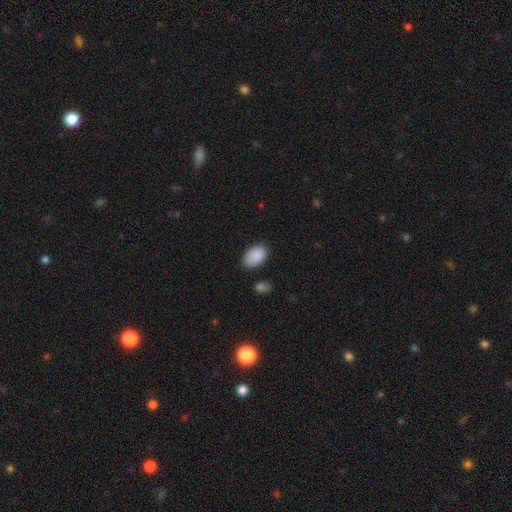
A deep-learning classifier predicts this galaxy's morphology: The model was most divided on "merging": none: 82%, minor disturbance: 13%, major disturbance: 3%, merger: 2%. More confident: how rounded — in between (92%); smooth or featured — smooth (90%).